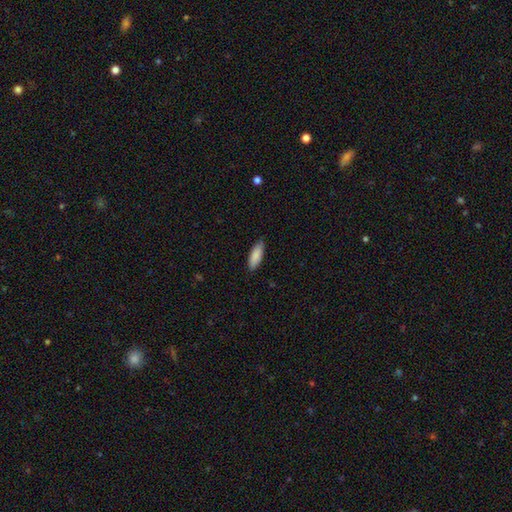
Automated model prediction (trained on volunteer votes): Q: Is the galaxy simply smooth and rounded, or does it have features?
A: smooth — 88%.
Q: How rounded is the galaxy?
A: in between — 66%.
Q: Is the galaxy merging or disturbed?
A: none — 83%.